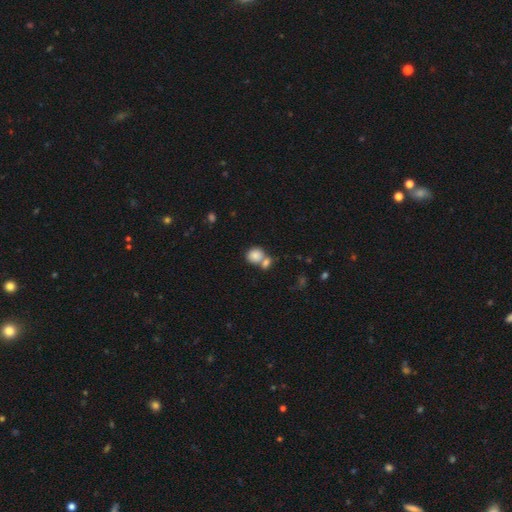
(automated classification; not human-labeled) smooth_or_featured: smooth (p=0.84) [alt: featured or disk p=0.08]
how_rounded: round (p=0.75) [alt: in between p=0.24]
merging: merger (p=0.46) [alt: none p=0.41]